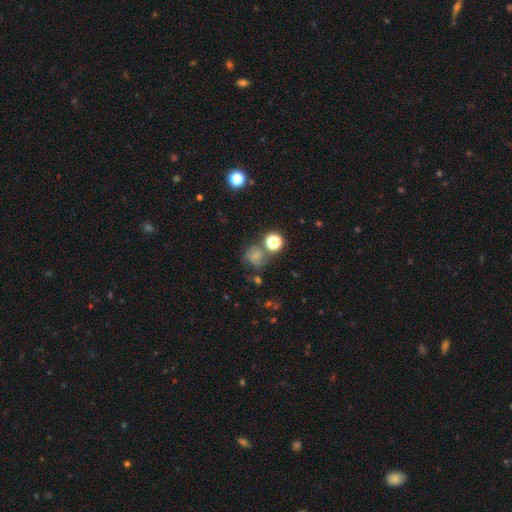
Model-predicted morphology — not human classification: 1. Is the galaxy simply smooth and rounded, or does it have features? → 60% smooth, 22% star or artifact, 19% featured or disk.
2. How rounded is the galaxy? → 80% round, 19% in between, 1% cigar-shaped.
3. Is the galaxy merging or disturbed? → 52% none, 18% minor disturbance, 18% merger, 12% major disturbance.